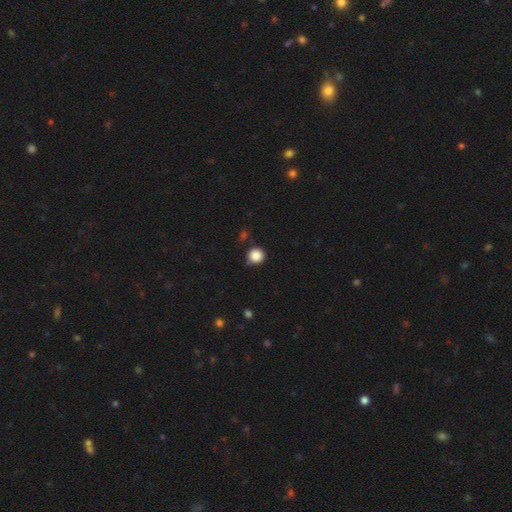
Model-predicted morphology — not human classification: This appears to be a smooth galaxy with no disk features (87%) that is round (93%). Merging: none (83%).